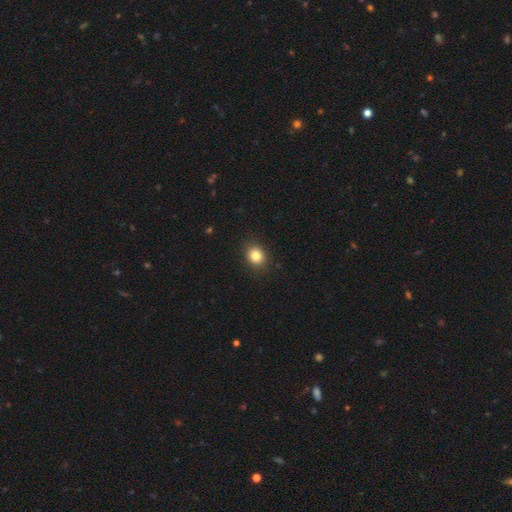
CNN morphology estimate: This is clearly a smooth galaxy (83%). How rounded: likely round (64%). Merging: clearly none (89%).